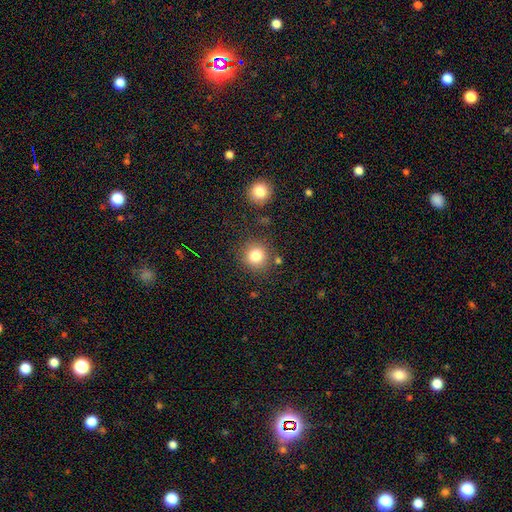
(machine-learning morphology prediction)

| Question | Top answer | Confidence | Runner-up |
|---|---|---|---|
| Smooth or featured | smooth | 81% | star or artifact (12%) |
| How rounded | round | 91% | in between (8%) |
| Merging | none | 83% | minor disturbance (9%) |